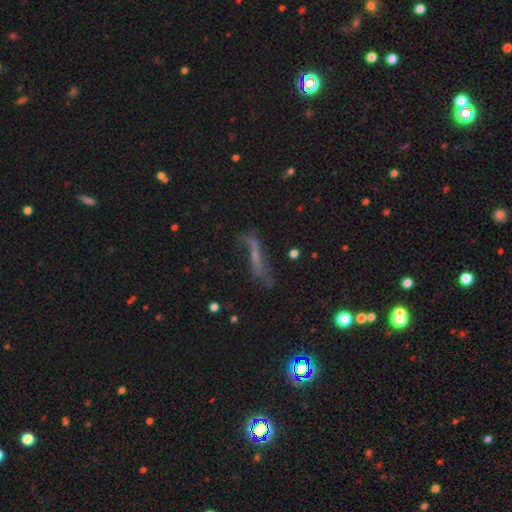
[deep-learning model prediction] Overall: featured or disk (47%; smooth 33%). Merging: none (43%; major disturbance 26%).